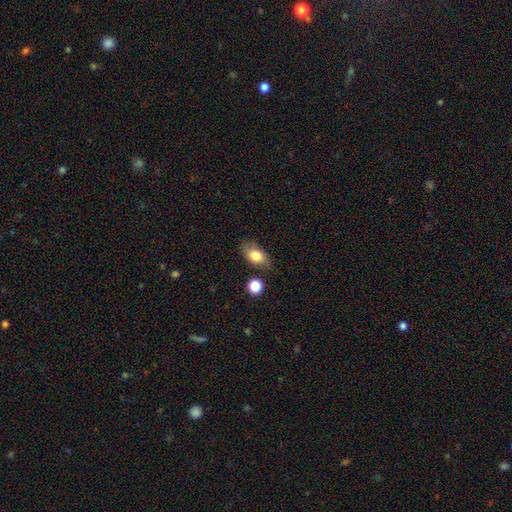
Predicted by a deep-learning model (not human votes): A smooth galaxy with no disk features (76%) that is in between round and cigar-shaped (85%).

Vote fractions:
- Smooth or featured? smooth: 76% / featured or disk: 15% / star or artifact: 8%
- How rounded? in between: 85% / round: 13% / cigar-shaped: 2%
- Merging? none: 68% / minor disturbance: 20% / merger: 6% / major disturbance: 6%